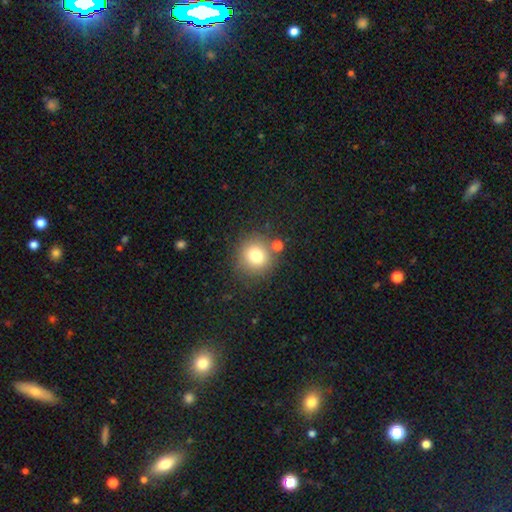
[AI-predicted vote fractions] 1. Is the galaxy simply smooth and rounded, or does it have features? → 78% smooth, 12% star or artifact, 10% featured or disk.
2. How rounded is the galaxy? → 88% round, 11% in between, 1% cigar-shaped.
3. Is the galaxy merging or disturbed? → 77% none, 10% minor disturbance, 9% merger, 4% major disturbance.